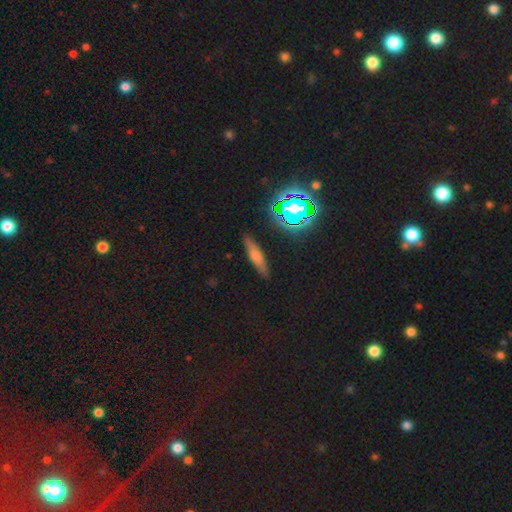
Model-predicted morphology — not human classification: smooth-or-featured: smooth: 53% | featured or disk: 31% | star or artifact: 16%
  how-rounded: cigar-shaped: 74% | in between: 22% | round: 3%
  merging: none: 85% | minor disturbance: 11% | major disturbance: 2% | merger: 2%